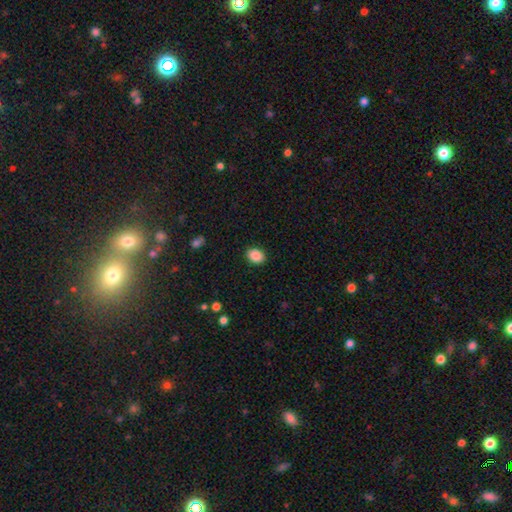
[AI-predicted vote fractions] A smooth galaxy with no disk features (88%) that is in between round and cigar-shaped (64%). Merging: none (90%).